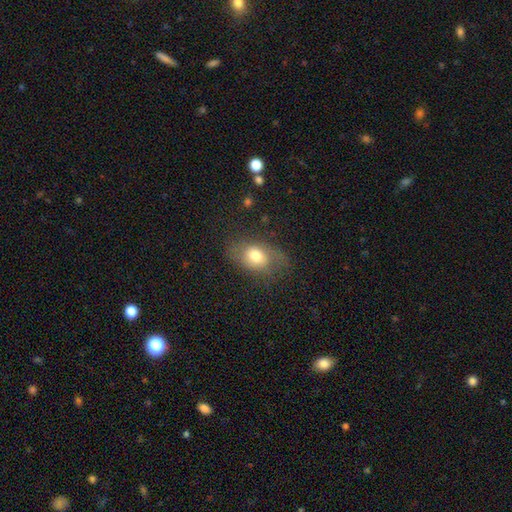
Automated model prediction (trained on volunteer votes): Morphology: type=smooth (67%); roundness=in between (77%); merging=none (61%).